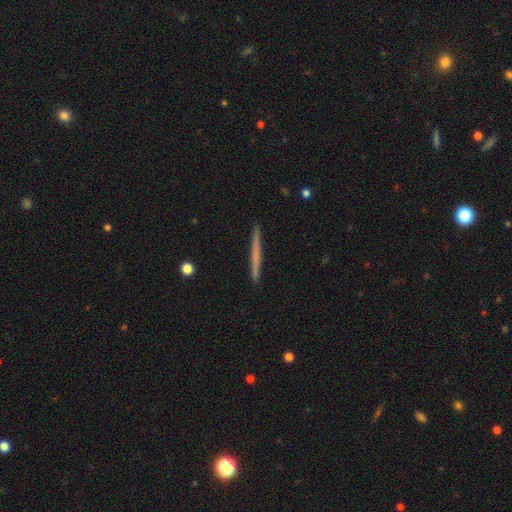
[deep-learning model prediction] Smooth or featured: smooth — 52% (featured or disk — 42%)
How rounded: cigar-shaped — 97% (in between — 2%)
Merging: none — 93% (minor disturbance — 5%)